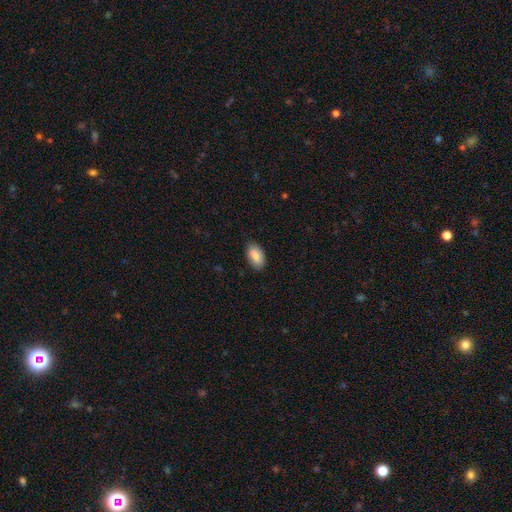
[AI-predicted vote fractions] Overall: smooth (86%). How rounded: in between (94%). Merging: none (85%).